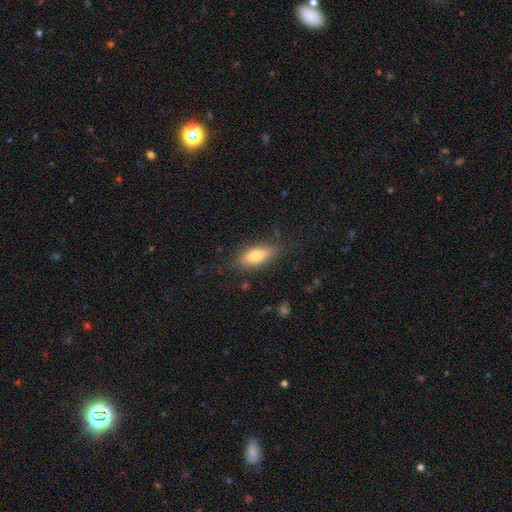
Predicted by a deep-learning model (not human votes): Smooth or featured? smooth (73%)
How rounded? in between (78%)
Merging? none (81%)